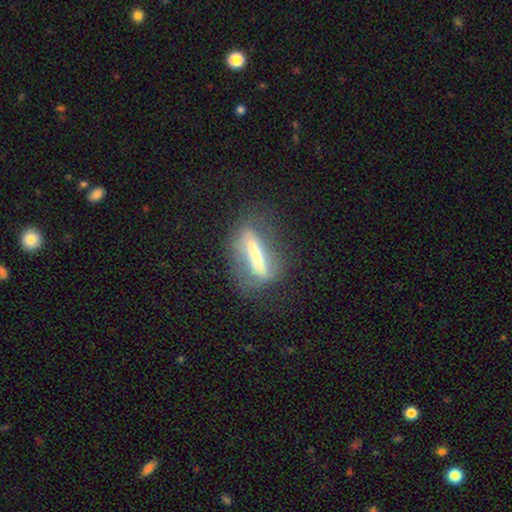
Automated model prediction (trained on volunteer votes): Smooth or featured? Predicted: featured or disk (p=0.50). Merging? Predicted: none (p=0.64).